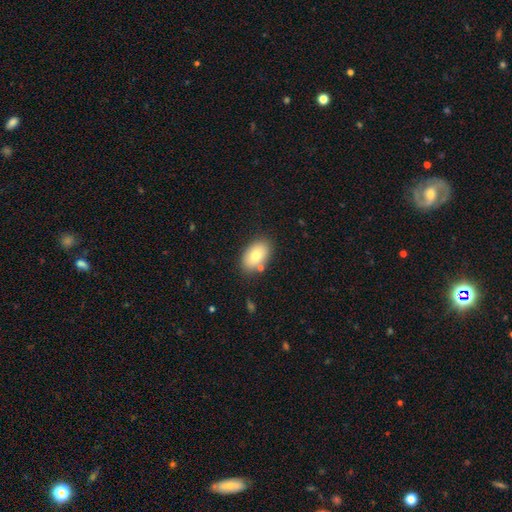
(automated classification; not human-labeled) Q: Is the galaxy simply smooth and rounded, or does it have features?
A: smooth — 77%.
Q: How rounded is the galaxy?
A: in between — 90%.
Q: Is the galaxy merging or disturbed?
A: none — 80%.